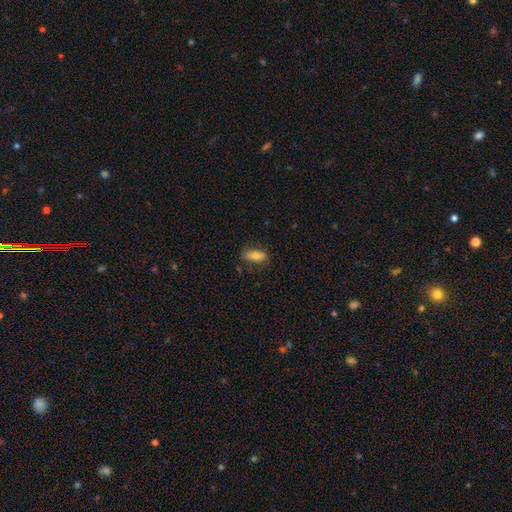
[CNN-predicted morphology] smooth 73%, featured or disk 19%, star or artifact 7%. Down the decision tree: how rounded — in between (77%); merging — none (77%).